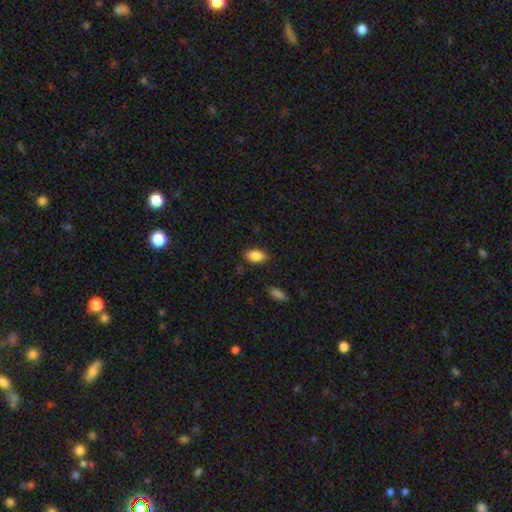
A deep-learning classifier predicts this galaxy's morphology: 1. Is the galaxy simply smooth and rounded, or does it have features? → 87% smooth, 8% star or artifact, 5% featured or disk.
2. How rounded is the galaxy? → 91% in between, 7% round, 2% cigar-shaped.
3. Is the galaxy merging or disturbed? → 84% none, 12% minor disturbance, 3% major disturbance, 2% merger.